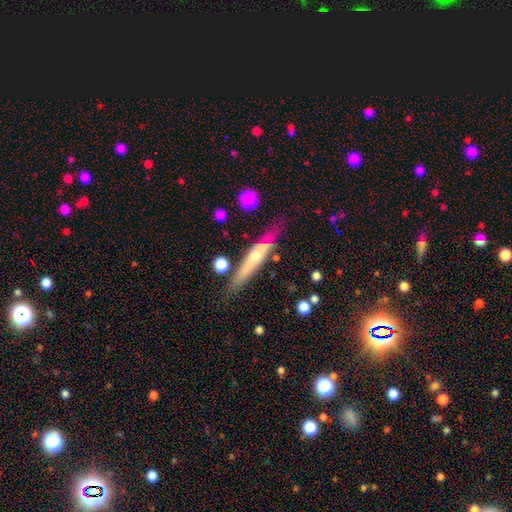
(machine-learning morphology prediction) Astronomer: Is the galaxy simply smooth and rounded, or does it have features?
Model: featured or disk — 57% (runner-up: smooth, 36%).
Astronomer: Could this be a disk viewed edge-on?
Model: yes — 89%.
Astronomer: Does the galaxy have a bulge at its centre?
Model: rounded — 72%.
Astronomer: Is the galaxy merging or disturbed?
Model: none — 76%.